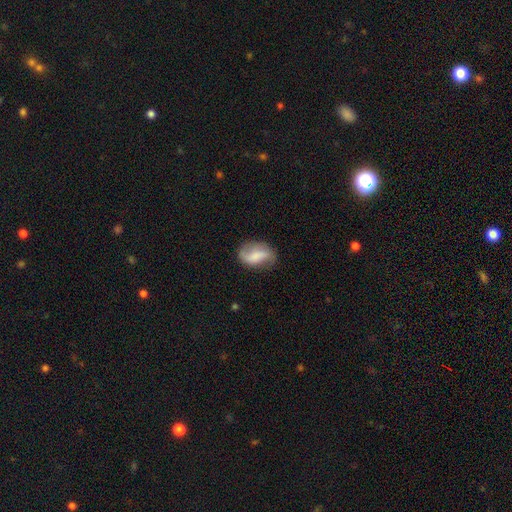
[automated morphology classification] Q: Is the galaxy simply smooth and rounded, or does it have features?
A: smooth — 47%.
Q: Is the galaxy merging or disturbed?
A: none — 65%.